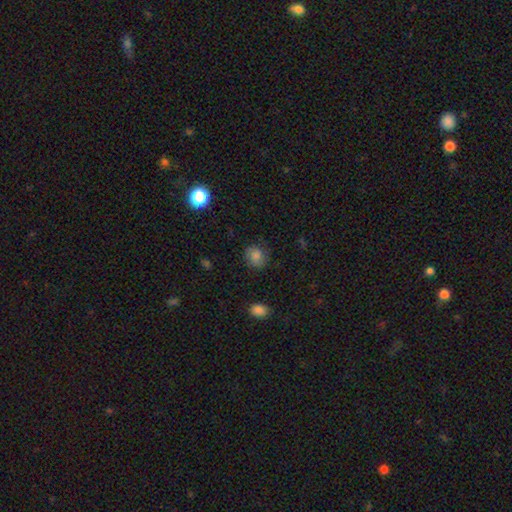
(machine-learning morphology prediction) Overall: smooth (77%). How rounded: round (71%). Merging: none (78%).